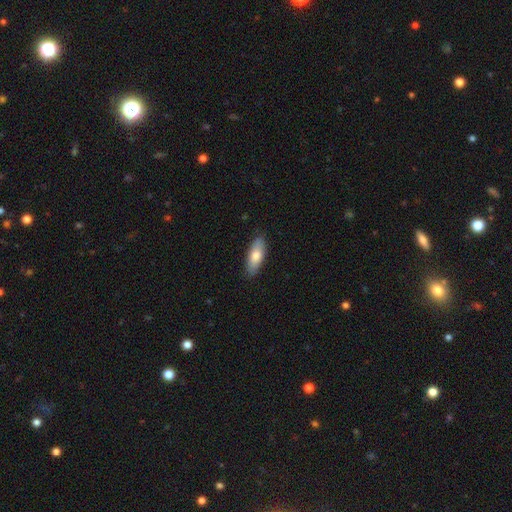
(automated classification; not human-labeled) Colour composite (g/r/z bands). It shows a smooth galaxy with no disk features (73%) that is in between round and cigar-shaped (76%). Merging: none (86%).